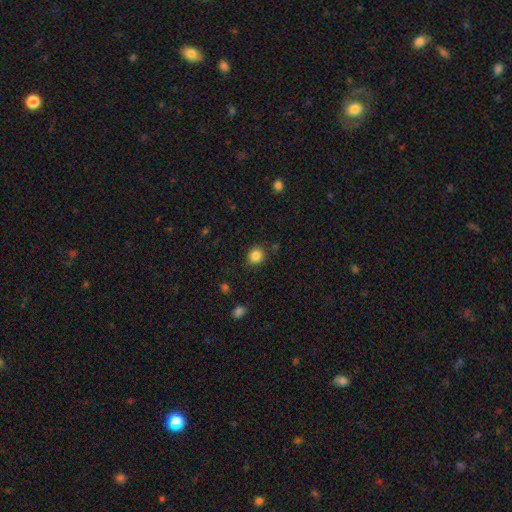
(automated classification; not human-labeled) This appears to be a smooth galaxy with no disk features (86%) that is round (82%). Merging: none (86%).